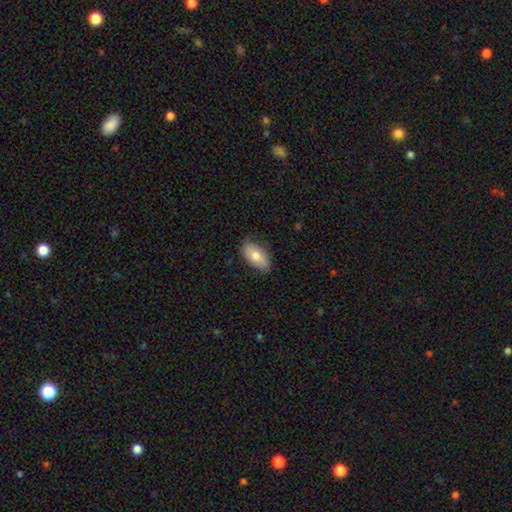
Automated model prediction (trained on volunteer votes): smooth 74%, featured or disk 20%, star or artifact 6%. Down the decision tree: how rounded — in between (93%); merging — none (77%).